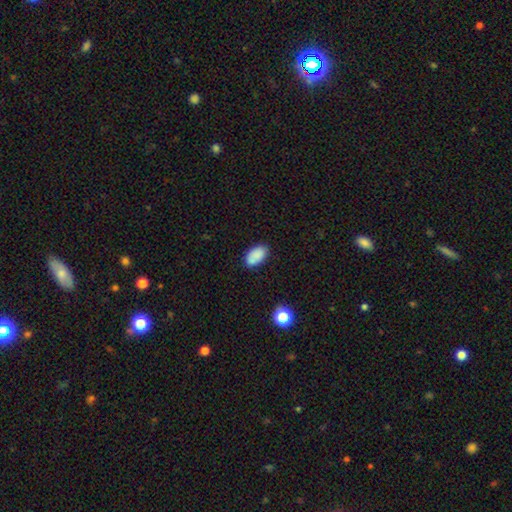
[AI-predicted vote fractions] Smooth or featured?
  - smooth: 85% *
  - star or artifact: 8%
  - featured or disk: 6%
How rounded?
  - in between: 93% *
  - round: 5%
  - cigar-shaped: 2%
Merging?
  - none: 77% *
  - minor disturbance: 16%
  - merger: 4%
  - major disturbance: 3%